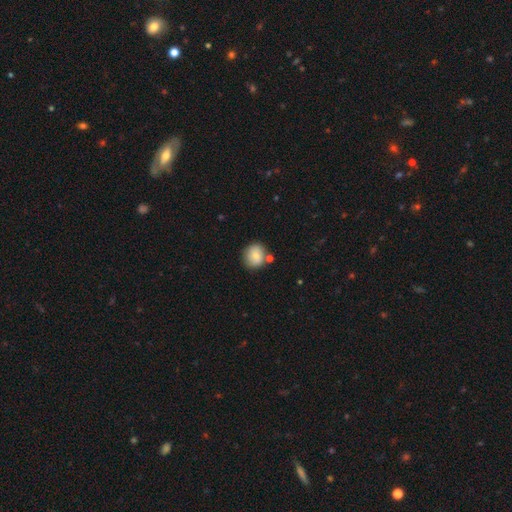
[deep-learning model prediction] Smooth or featured? Predicted: smooth (p=0.79). How rounded? Predicted: round (p=0.83). Merging? Predicted: none (p=0.72).